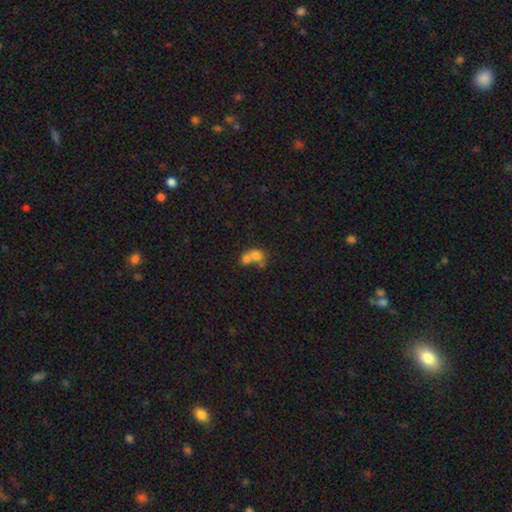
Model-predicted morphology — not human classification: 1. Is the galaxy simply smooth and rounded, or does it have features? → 70% smooth, 18% featured or disk, 11% star or artifact.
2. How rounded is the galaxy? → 55% round, 43% in between, 1% cigar-shaped.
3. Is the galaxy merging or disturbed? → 70% merger, 19% none, 6% minor disturbance, 5% major disturbance.